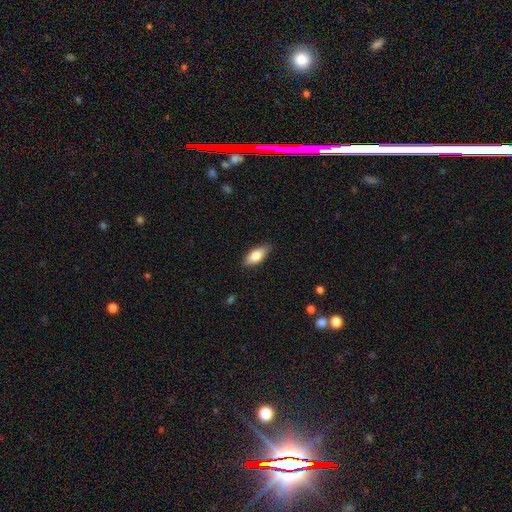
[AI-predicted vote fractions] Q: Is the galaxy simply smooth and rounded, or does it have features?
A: smooth — 77%.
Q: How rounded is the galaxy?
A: in between — 82%.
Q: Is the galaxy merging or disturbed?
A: none — 86%.